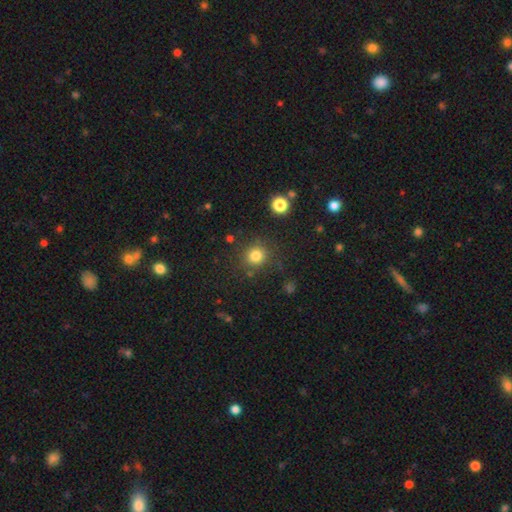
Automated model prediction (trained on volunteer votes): smooth-or-featured: smooth: 81% | star or artifact: 14% | featured or disk: 6%
  how-rounded: round: 90% | in between: 9% | cigar-shaped: 1%
  merging: none: 84% | minor disturbance: 9% | major disturbance: 4% | merger: 3%